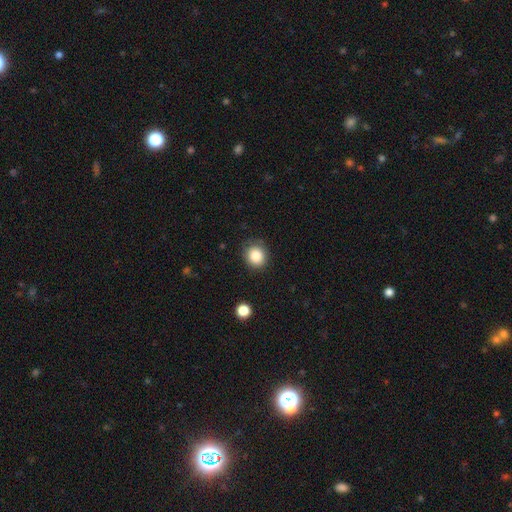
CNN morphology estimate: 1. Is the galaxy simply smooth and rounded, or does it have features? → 86% smooth, 10% star or artifact, 5% featured or disk.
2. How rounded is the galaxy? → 81% round, 18% in between, 1% cigar-shaped.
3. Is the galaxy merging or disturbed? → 84% none, 11% minor disturbance, 3% major disturbance, 1% merger.